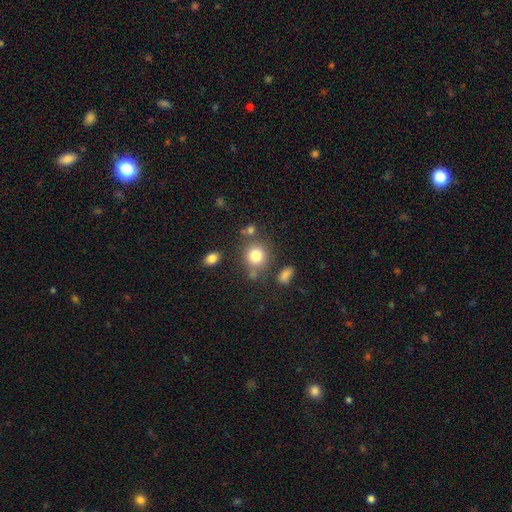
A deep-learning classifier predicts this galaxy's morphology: Q: Smooth or featured?
A: smooth (80%); runner-up: star or artifact (11%)
Q: How rounded?
A: round (83%); runner-up: in between (16%)
Q: Merging?
A: none (71%); runner-up: minor disturbance (13%)